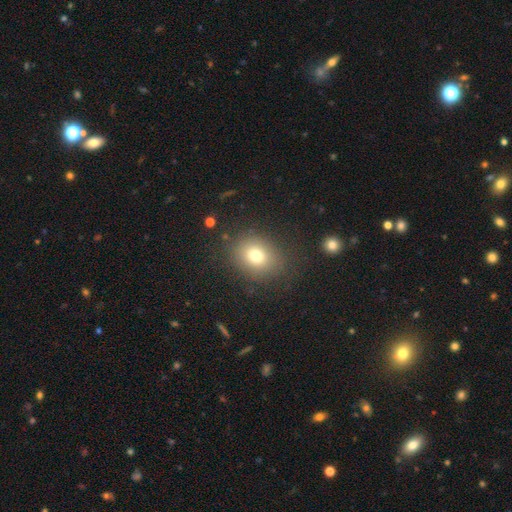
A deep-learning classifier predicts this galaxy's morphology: type=smooth (75%); roundness=round (56%); merging=none (80%).